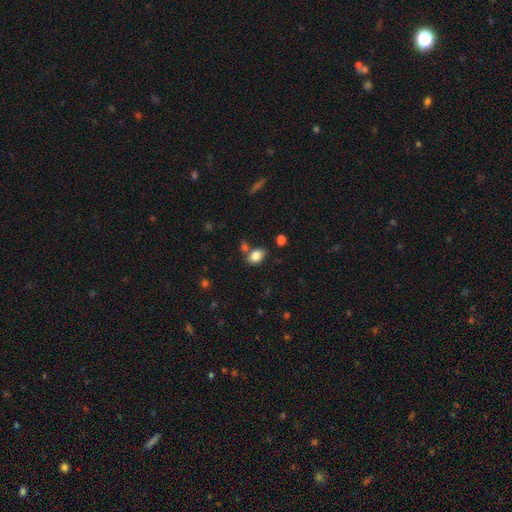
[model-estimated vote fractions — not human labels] Smooth or featured? Predicted: smooth (p=0.84). How rounded? Predicted: in between (p=0.78). Merging? Predicted: none (p=0.67).